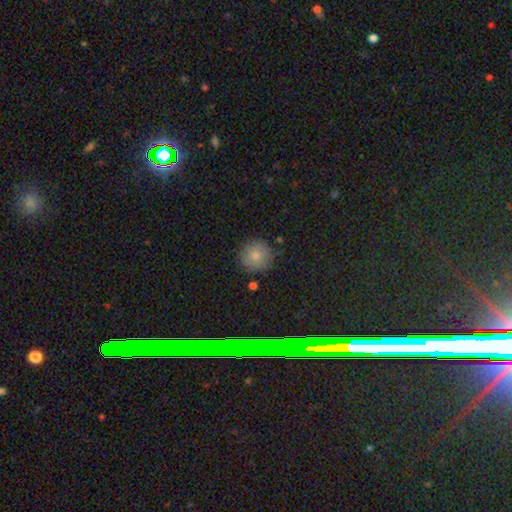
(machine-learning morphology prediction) A smooth galaxy with no disk features (82%) that is round (94%).

Vote fractions:
- Smooth or featured? smooth: 82% / featured or disk: 9% / star or artifact: 9%
- How rounded? round: 94% / in between: 5% / cigar-shaped: 1%
- Merging? none: 84% / minor disturbance: 11% / major disturbance: 3% / merger: 2%